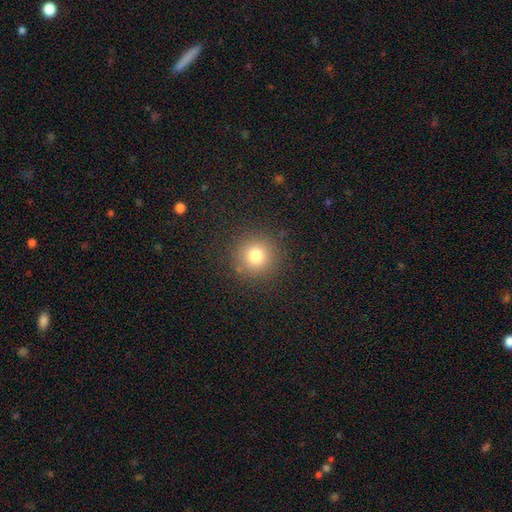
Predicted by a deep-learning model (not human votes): Smooth or featured: smooth — 78% (star or artifact — 14%)
How rounded: round — 94% (in between — 5%)
Merging: none — 88% (minor disturbance — 7%)